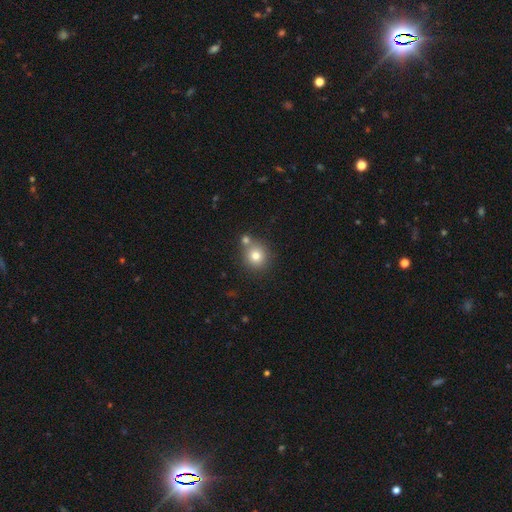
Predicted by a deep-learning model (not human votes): smooth 77%, star or artifact 13%, featured or disk 11%. Down the decision tree: how rounded — round (88%); merging — none (65%).